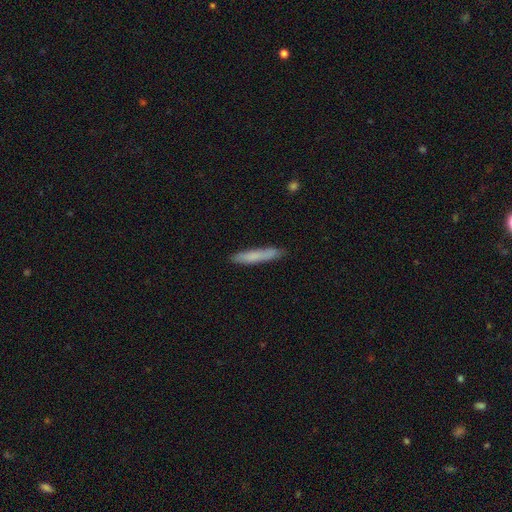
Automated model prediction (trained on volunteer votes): The model was most divided on "smooth or featured": smooth: 73%, featured or disk: 21%, star or artifact: 6%. More confident: how rounded — cigar-shaped (93%); merging — none (86%).